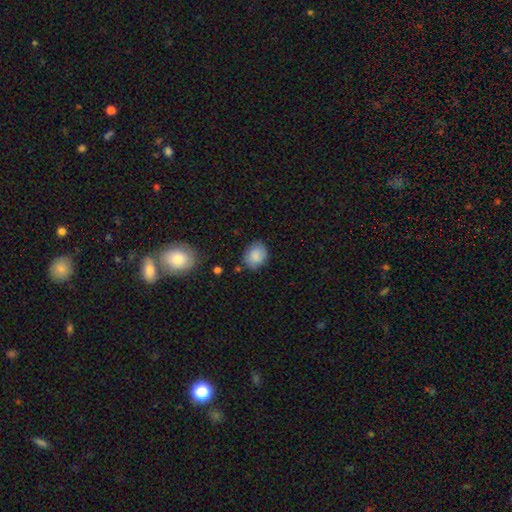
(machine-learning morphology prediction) Smooth or featured: smooth — 86% (star or artifact — 8%)
How rounded: in between — 53% (round — 46%)
Merging: none — 78% (minor disturbance — 16%)